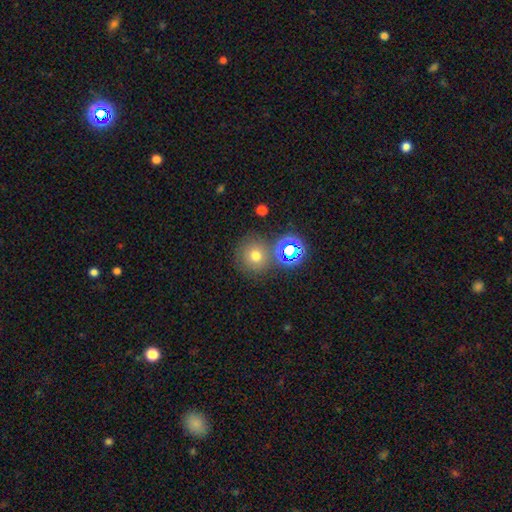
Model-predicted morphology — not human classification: Smooth or featured?
  - smooth: 65% *
  - star or artifact: 23%
  - featured or disk: 12%
How rounded?
  - round: 92% *
  - in between: 7%
  - cigar-shaped: 1%
Merging?
  - none: 75% *
  - merger: 12%
  - minor disturbance: 9%
  - major disturbance: 4%